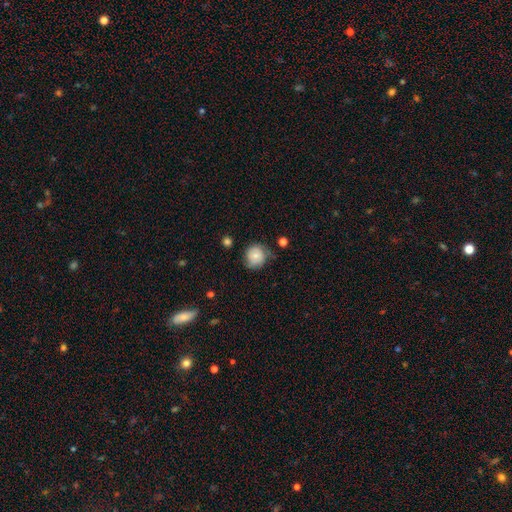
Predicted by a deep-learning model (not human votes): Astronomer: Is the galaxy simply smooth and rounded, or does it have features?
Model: smooth — 68%.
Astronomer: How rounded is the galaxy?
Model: round — 86%.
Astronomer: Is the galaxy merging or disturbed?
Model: none — 61%.